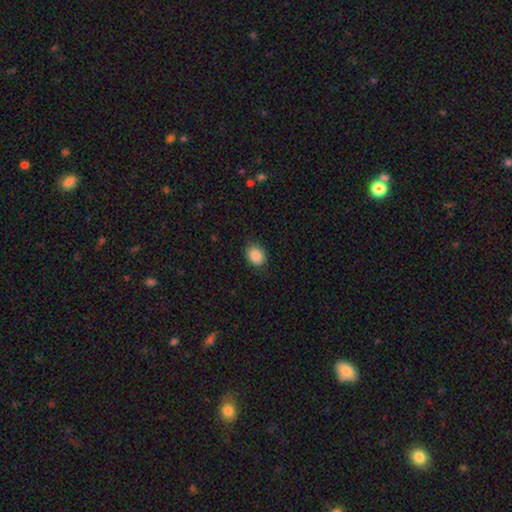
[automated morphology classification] Smooth or featured? smooth (88%)
How rounded? in between (60%)
Merging? none (84%)